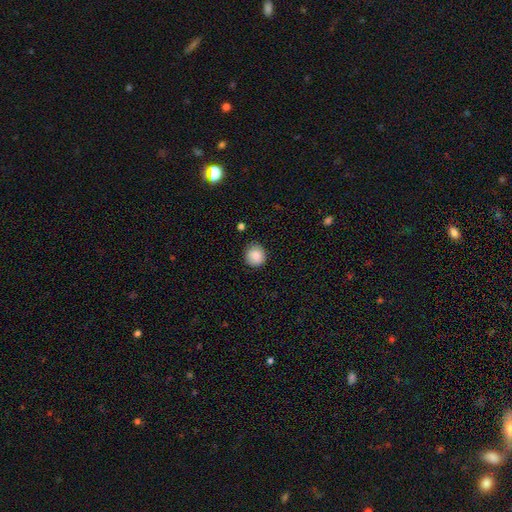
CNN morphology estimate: Smooth or featured?
  - smooth: 86% *
  - star or artifact: 8%
  - featured or disk: 5%
How rounded?
  - round: 90% *
  - in between: 9%
  - cigar-shaped: 1%
Merging?
  - none: 83% *
  - minor disturbance: 13%
  - major disturbance: 3%
  - merger: 1%